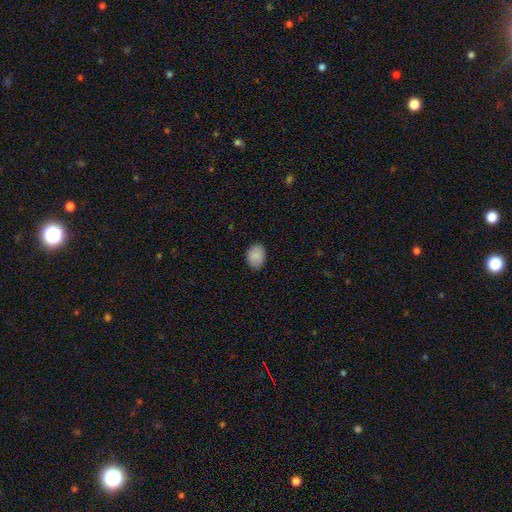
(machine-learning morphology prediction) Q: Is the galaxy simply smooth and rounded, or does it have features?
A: smooth — 89%.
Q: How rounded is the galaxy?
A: in between — 66%.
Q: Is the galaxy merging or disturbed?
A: none — 85%.